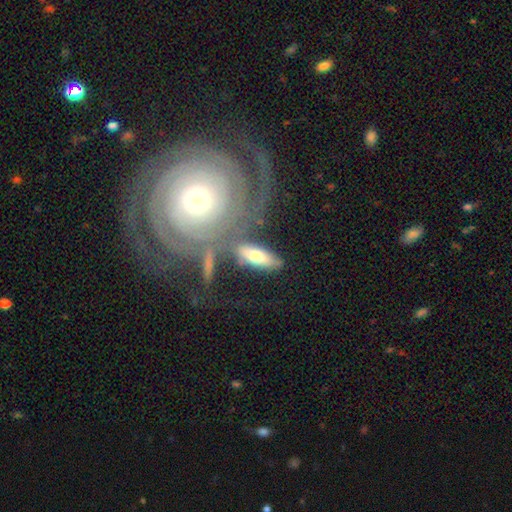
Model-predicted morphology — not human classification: Smooth or featured? Predicted: smooth (p=0.62). How rounded? Predicted: in between (p=0.64). Merging? Predicted: none (p=0.62).